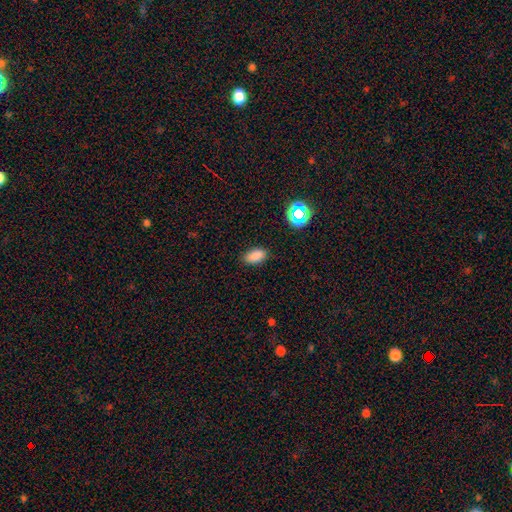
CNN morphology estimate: Q: Smooth or featured?
A: smooth (84%); runner-up: star or artifact (12%)
Q: How rounded?
A: in between (91%); runner-up: round (6%)
Q: Merging?
A: none (85%); runner-up: minor disturbance (11%)